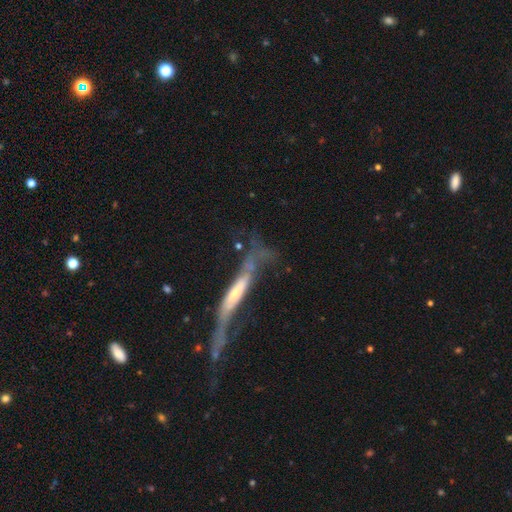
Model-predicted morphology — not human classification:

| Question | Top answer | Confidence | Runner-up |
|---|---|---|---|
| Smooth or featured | featured or disk | 68% | smooth (23%) |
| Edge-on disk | yes | 65% | no (35%) |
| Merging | major disturbance | 42% | none (29%) |